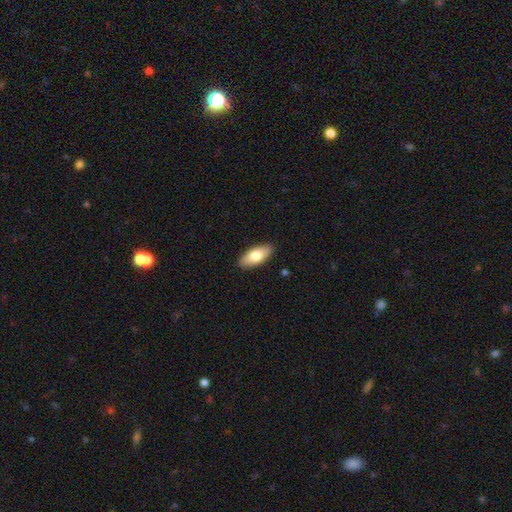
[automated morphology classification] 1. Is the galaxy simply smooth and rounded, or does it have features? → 77% smooth, 17% featured or disk, 6% star or artifact.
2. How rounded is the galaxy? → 85% in between, 12% cigar-shaped, 2% round.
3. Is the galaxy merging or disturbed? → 89% none, 8% minor disturbance, 2% major disturbance, 1% merger.